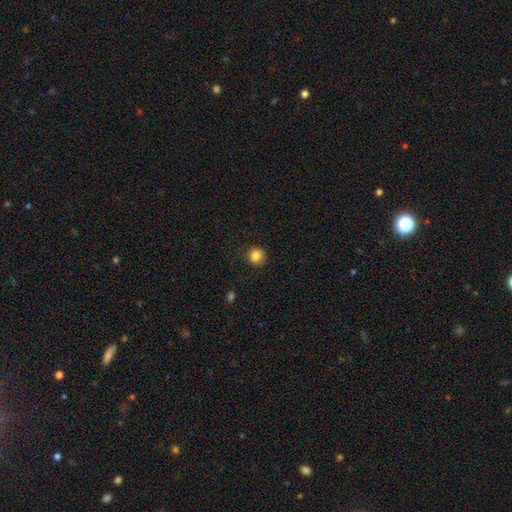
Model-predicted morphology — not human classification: Q: Smooth or featured?
A: smooth (84%); runner-up: star or artifact (11%)
Q: How rounded?
A: round (92%); runner-up: in between (7%)
Q: Merging?
A: none (88%); runner-up: minor disturbance (9%)